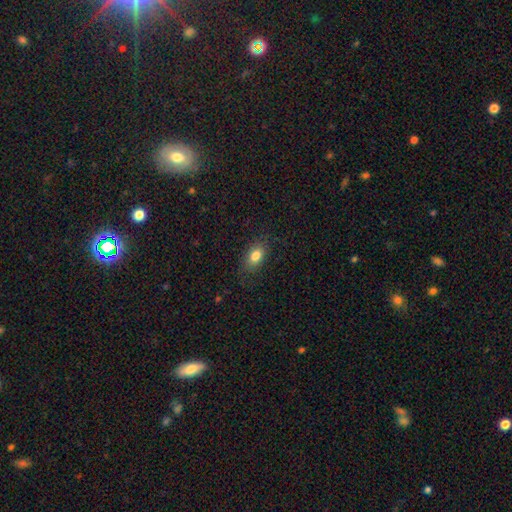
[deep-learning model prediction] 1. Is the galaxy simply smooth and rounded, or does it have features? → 82% smooth, 9% star or artifact, 9% featured or disk.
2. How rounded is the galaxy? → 85% in between, 12% round, 3% cigar-shaped.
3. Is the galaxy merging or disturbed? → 83% none, 12% minor disturbance, 4% major disturbance, 1% merger.